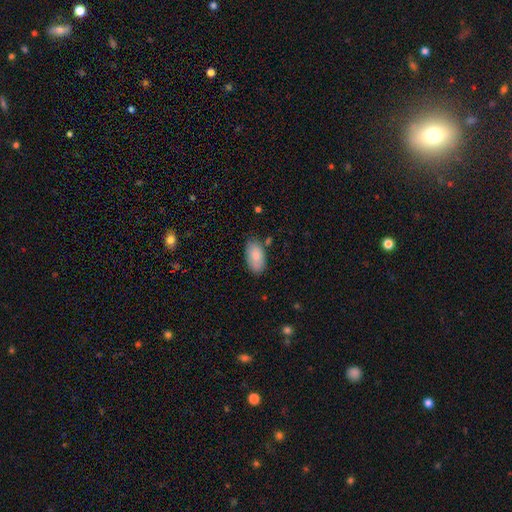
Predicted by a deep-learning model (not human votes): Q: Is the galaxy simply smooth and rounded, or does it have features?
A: smooth — 86%.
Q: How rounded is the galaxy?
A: in between — 94%.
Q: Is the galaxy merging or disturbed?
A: none — 77%.